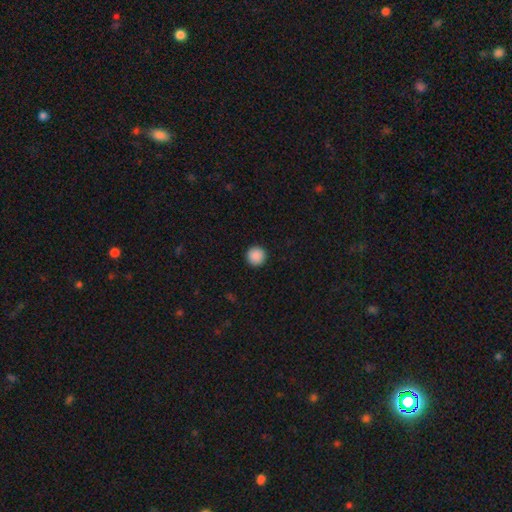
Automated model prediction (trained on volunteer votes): smooth_or_featured: smooth (p=0.90) [alt: star or artifact p=0.08]
how_rounded: round (p=0.96) [alt: in between p=0.03]
merging: none (p=0.94) [alt: minor disturbance p=0.04]